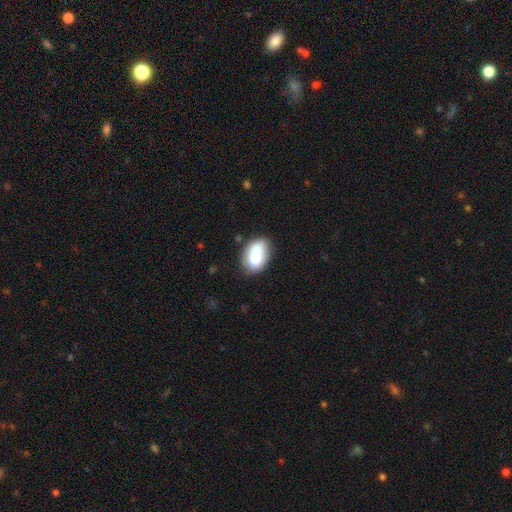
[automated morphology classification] smooth_or_featured: smooth (p=0.72) [alt: featured or disk p=0.20]
how_rounded: in between (p=0.80) [alt: round p=0.19]
merging: none (p=0.46) [alt: merger p=0.27]